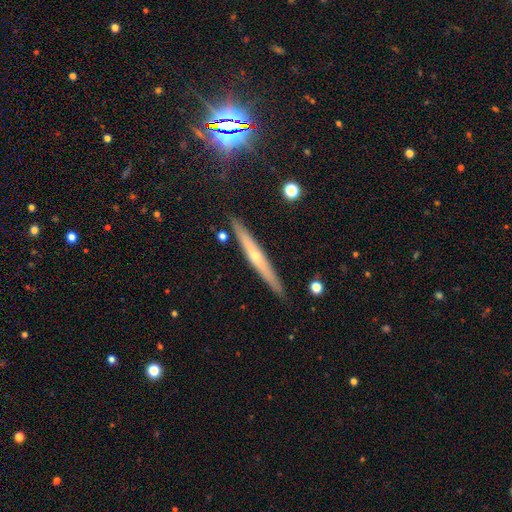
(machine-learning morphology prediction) Smooth or featured: featured or disk — 64% (smooth — 27%)
Edge-on disk: yes — 95% (no — 5%)
Edge-on bulge: rounded — 66% (none — 32%)
Merging: none — 89% (minor disturbance — 8%)